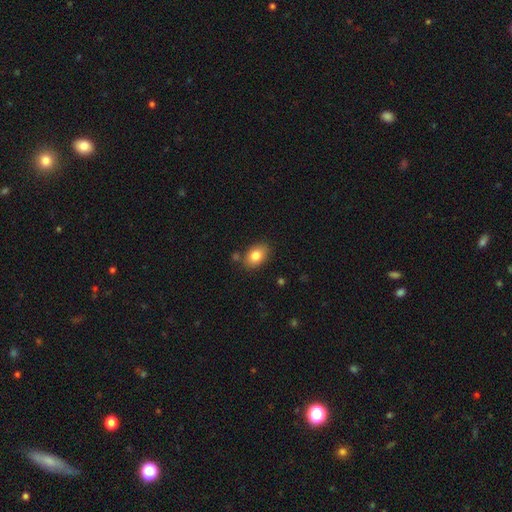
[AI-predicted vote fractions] Smooth or featured?
  - smooth: 82% *
  - featured or disk: 10%
  - star or artifact: 8%
How rounded?
  - in between: 83% *
  - round: 16%
  - cigar-shaped: 1%
Merging?
  - none: 80% *
  - minor disturbance: 12%
  - merger: 5%
  - major disturbance: 3%